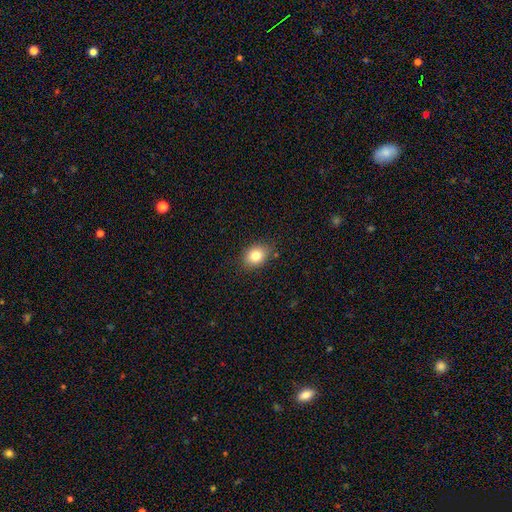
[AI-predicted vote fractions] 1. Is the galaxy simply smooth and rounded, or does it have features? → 82% smooth, 10% star or artifact, 9% featured or disk.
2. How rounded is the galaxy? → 63% in between, 36% round, 1% cigar-shaped.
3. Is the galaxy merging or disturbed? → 82% none, 14% minor disturbance, 3% major disturbance, 2% merger.